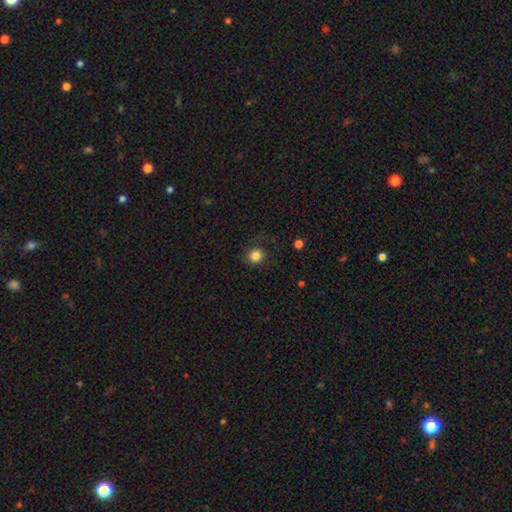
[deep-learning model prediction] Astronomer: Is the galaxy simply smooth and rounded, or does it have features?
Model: smooth — 82%.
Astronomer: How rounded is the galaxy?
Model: round — 87%.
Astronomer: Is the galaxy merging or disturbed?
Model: none — 79%.